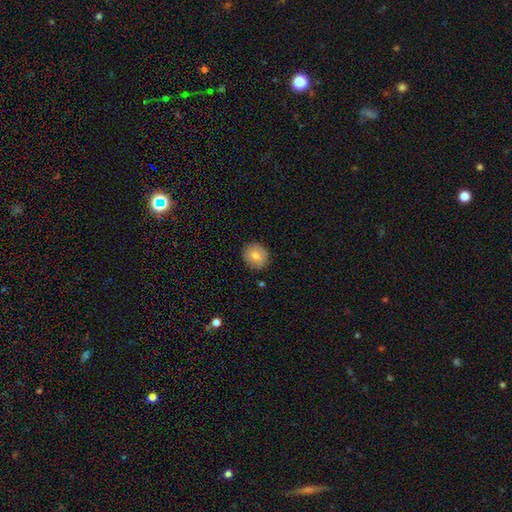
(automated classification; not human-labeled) Morphology: type=smooth (76%); roundness=round (80%); merging=none (86%).